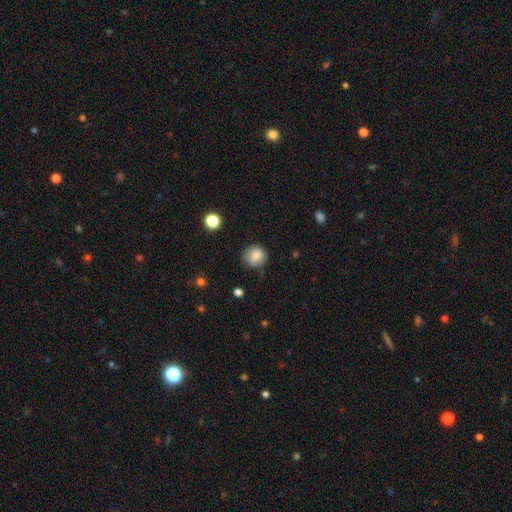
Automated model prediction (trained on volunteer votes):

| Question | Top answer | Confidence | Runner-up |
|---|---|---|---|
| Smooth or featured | smooth | 83% | star or artifact (9%) |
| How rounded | round | 85% | in between (14%) |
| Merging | none | 77% | minor disturbance (18%) |